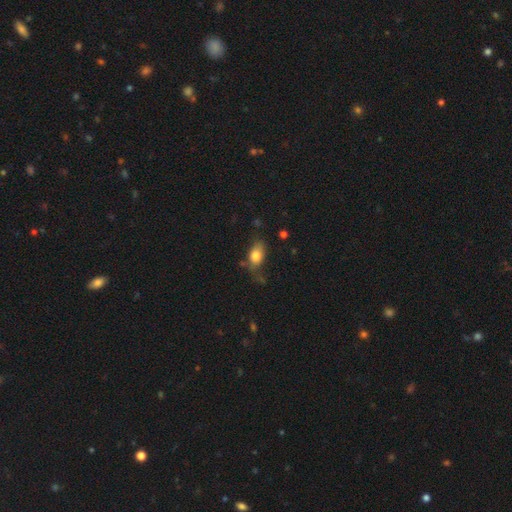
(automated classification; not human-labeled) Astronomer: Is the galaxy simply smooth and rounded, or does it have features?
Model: smooth — 80%.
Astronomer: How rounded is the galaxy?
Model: in between — 84%.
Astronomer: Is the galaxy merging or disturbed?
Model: none — 60%.